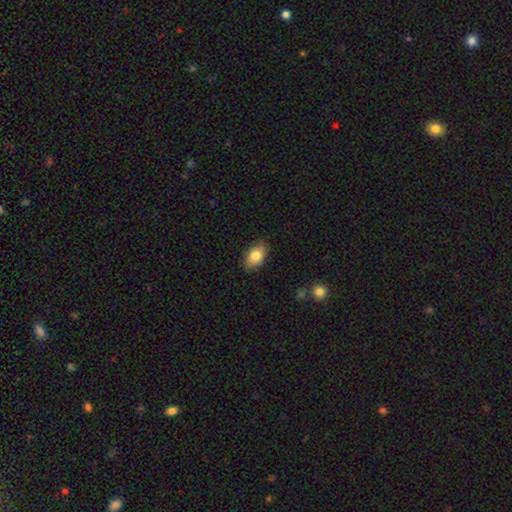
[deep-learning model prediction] Smooth or featured? smooth (83%)
How rounded? in between (90%)
Merging? none (87%)